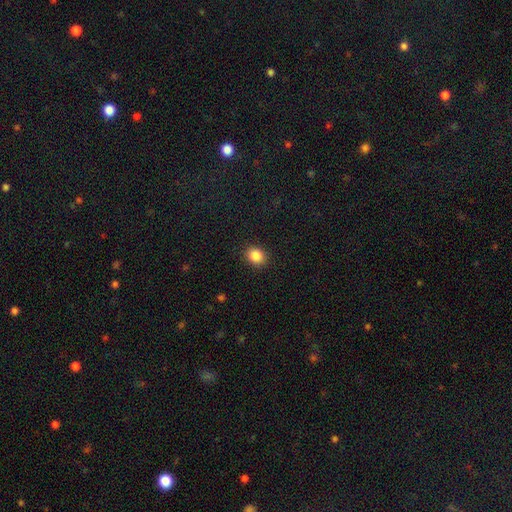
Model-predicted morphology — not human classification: A smooth galaxy with no disk features (86%) that is round (63%). Merging: none (90%).